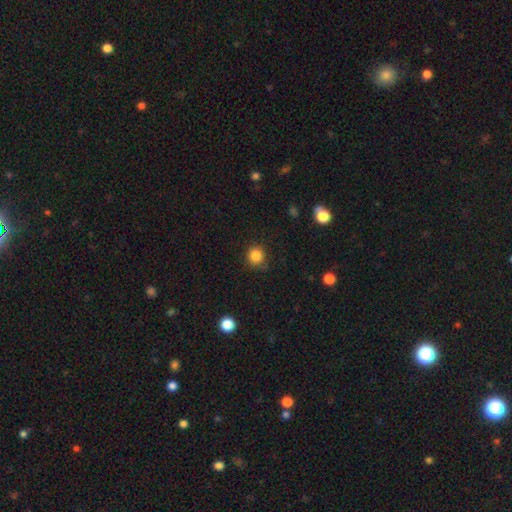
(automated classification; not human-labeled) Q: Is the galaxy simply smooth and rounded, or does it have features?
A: smooth — 85%.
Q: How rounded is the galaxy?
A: round — 92%.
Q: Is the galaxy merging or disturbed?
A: none — 85%.